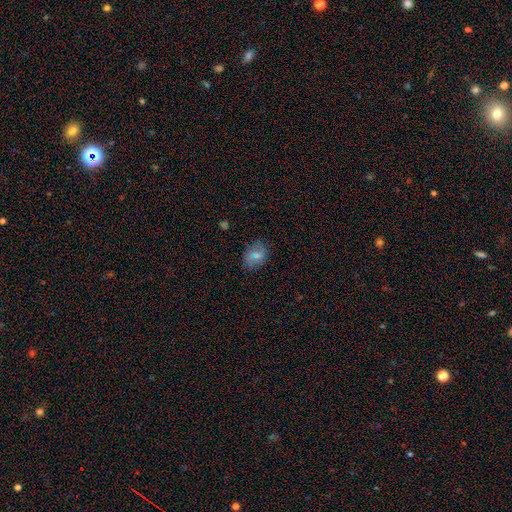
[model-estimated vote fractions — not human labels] Smooth or featured? Predicted: smooth (p=0.66). How rounded? Predicted: in between (p=0.67). Merging? Predicted: none (p=0.77).